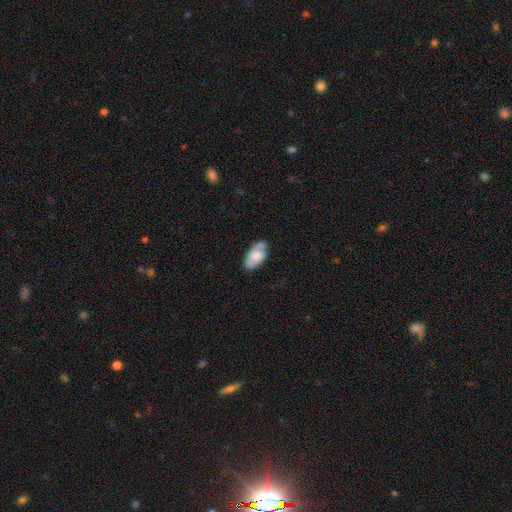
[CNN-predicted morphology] Smooth or featured: smooth — 64% (featured or disk — 29%)
How rounded: in between — 94% (cigar-shaped — 4%)
Merging: none — 62% (minor disturbance — 28%)